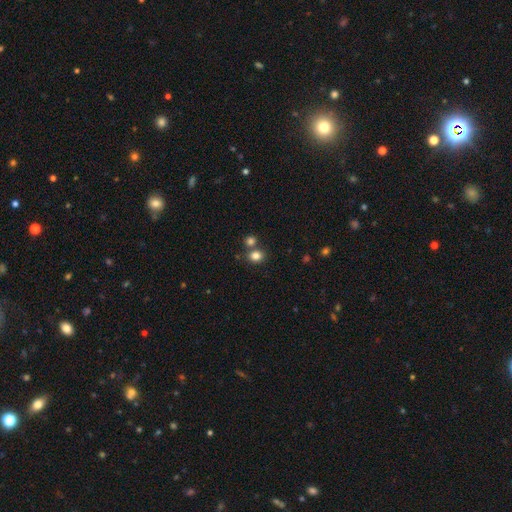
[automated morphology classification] Q: Smooth or featured?
A: smooth (82%); runner-up: star or artifact (12%)
Q: How rounded?
A: round (62%); runner-up: in between (37%)
Q: Merging?
A: none (64%); runner-up: merger (24%)